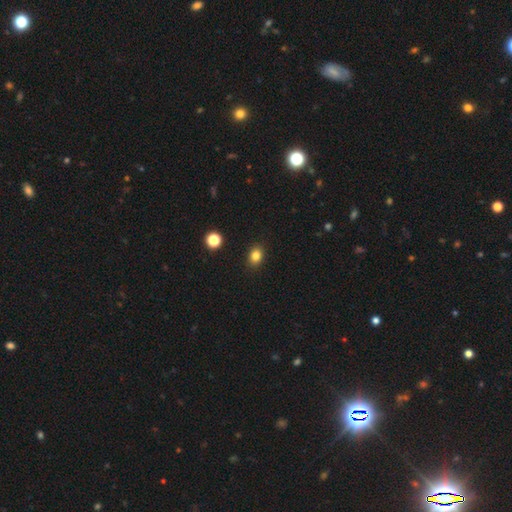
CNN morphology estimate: The model was most divided on "how rounded": in between: 62%, round: 37%, cigar-shaped: 1%. More confident: merging — none (89%); smooth or featured — smooth (83%).